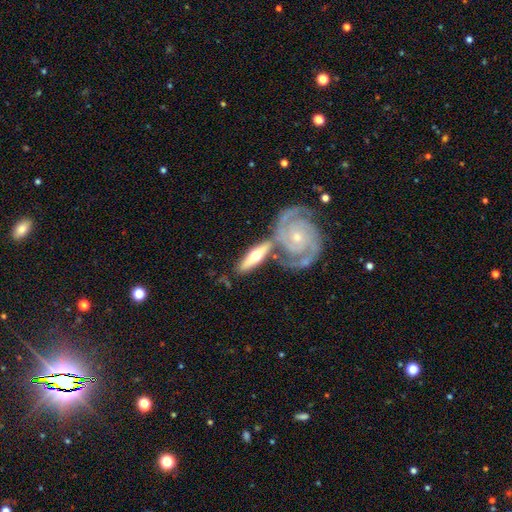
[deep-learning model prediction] Smooth or featured? Predicted: featured or disk (p=0.73). Edge-on disk? Predicted: no (p=0.57). Merging? Predicted: none (p=0.58).